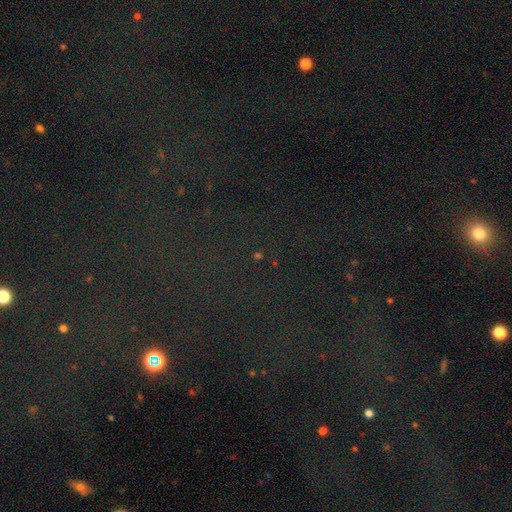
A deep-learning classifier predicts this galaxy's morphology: Smooth or featured? star or artifact (75%)